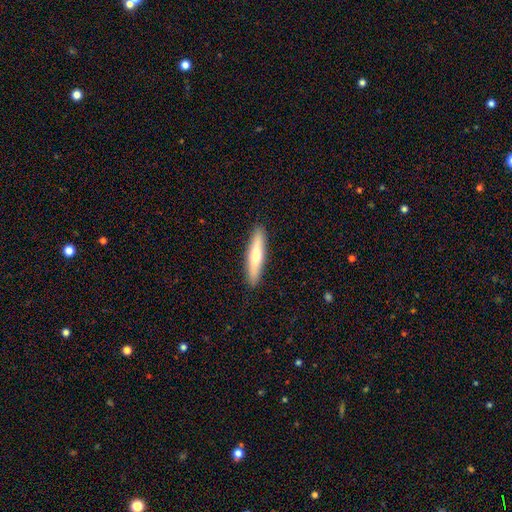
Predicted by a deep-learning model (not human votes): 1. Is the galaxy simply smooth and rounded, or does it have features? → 56% smooth, 38% featured or disk, 5% star or artifact.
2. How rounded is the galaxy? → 87% cigar-shaped, 12% in between, 1% round.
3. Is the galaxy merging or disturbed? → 91% none, 6% minor disturbance, 1% major disturbance, 1% merger.